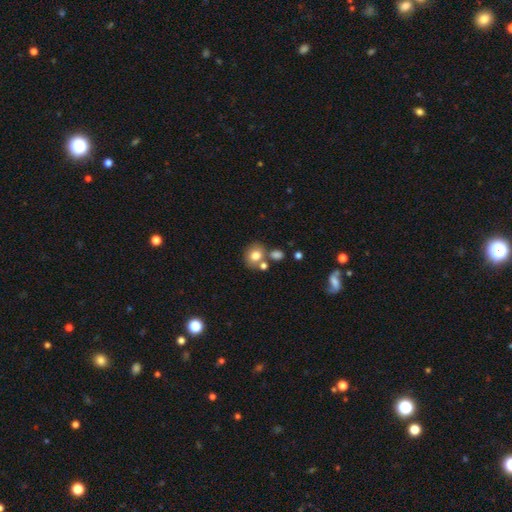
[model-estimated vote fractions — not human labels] A smooth galaxy with no disk features (77%) that is round (70%).

Vote fractions:
- Smooth or featured? smooth: 77% / featured or disk: 12% / star or artifact: 11%
- How rounded? round: 70% / in between: 29% / cigar-shaped: 1%
- Merging? none: 60% / merger: 25% / minor disturbance: 11% / major disturbance: 4%